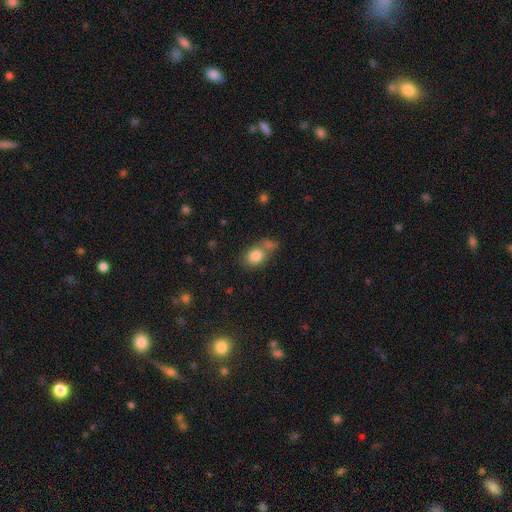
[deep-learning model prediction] A smooth galaxy with no disk features (82%) that is in between round and cigar-shaped (57%).

Vote fractions:
- Smooth or featured? smooth: 82% / featured or disk: 9% / star or artifact: 9%
- How rounded? in between: 57% / round: 42% / cigar-shaped: 2%
- Merging? none: 42% / merger: 38% / minor disturbance: 14% / major disturbance: 6%